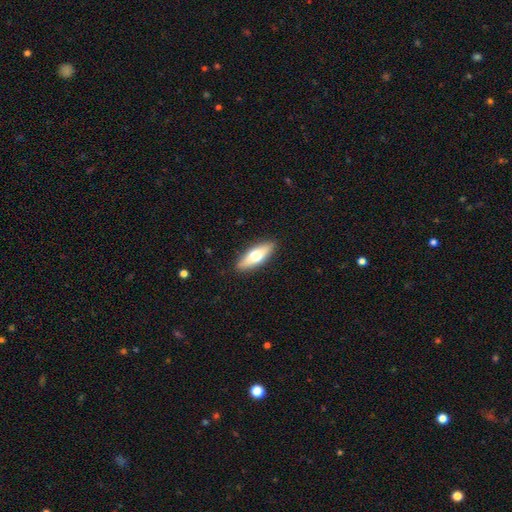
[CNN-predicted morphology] This appears to be a smooth galaxy with no disk features (60%) that is in between round and cigar-shaped (57%). Merging: none (89%).